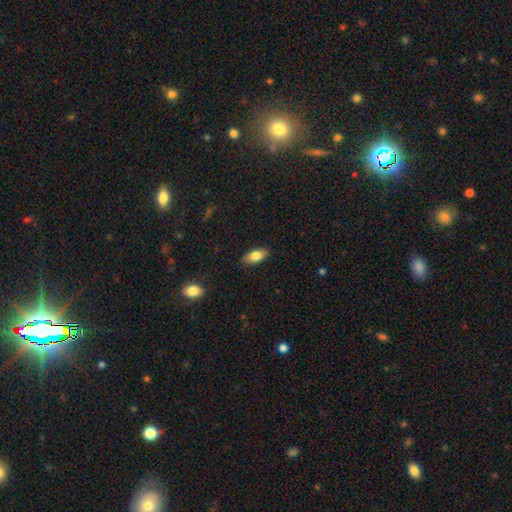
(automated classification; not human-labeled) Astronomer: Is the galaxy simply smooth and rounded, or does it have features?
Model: smooth — 81%.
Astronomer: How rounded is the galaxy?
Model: in between — 87%.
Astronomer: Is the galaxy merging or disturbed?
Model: none — 86%.